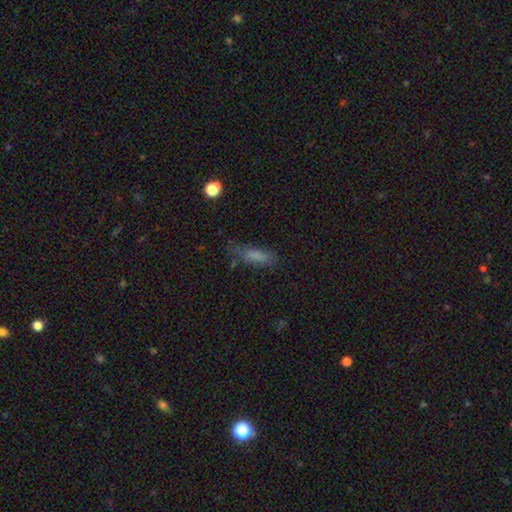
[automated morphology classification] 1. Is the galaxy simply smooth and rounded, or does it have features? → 75% smooth, 13% featured or disk, 12% star or artifact.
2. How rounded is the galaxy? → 54% cigar-shaped, 43% in between, 3% round.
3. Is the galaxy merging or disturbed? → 61% none, 26% minor disturbance, 10% major disturbance, 3% merger.